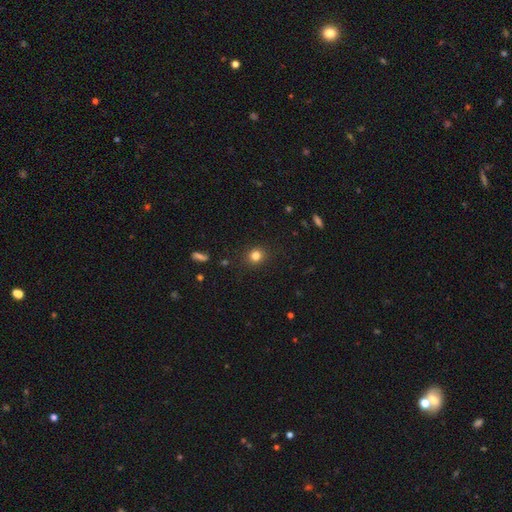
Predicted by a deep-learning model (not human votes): smooth_or_featured: smooth (p=0.81) [alt: star or artifact p=0.13]
how_rounded: round (p=0.83) [alt: in between p=0.16]
merging: none (p=0.89) [alt: minor disturbance p=0.07]